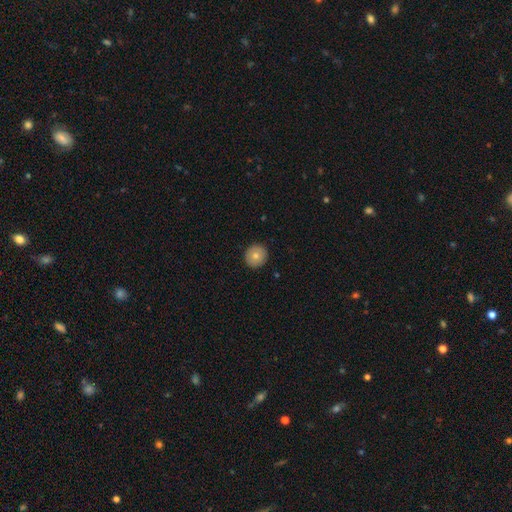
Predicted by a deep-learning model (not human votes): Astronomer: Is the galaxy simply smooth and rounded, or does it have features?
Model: smooth — 77%.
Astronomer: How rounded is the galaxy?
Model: round — 92%.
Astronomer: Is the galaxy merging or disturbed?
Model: none — 92%.